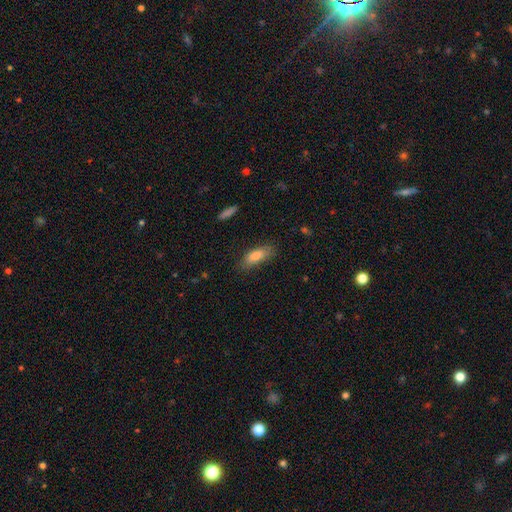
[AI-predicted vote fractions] This appears to be a smooth galaxy with no disk features (83%) that is in between round and cigar-shaped (67%). Merging: none (77%).